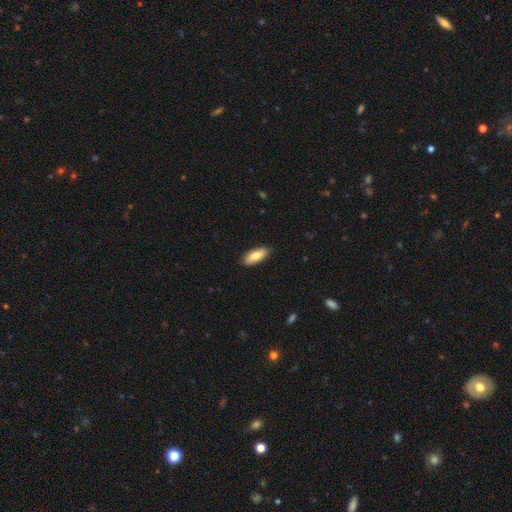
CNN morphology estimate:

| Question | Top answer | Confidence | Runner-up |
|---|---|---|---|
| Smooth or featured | smooth | 79% | featured or disk (16%) |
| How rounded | in between | 72% | cigar-shaped (26%) |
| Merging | none | 88% | minor disturbance (10%) |